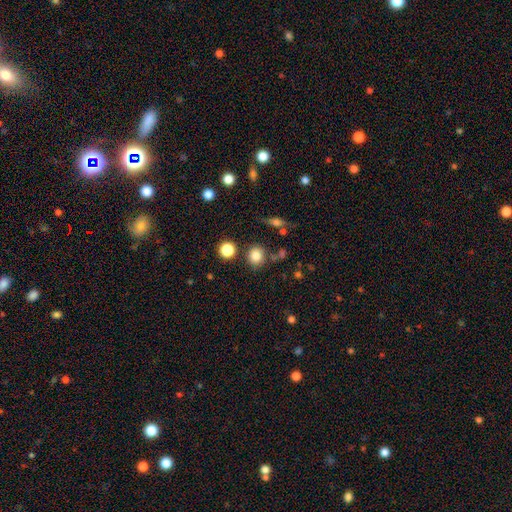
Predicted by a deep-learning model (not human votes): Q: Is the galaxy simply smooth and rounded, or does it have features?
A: smooth — 82%.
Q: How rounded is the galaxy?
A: round — 83%.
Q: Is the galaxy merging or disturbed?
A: none — 79%.